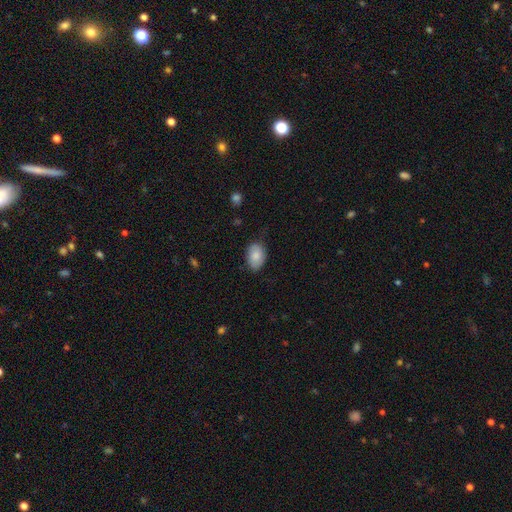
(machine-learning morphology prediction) smooth 83%, featured or disk 11%, star or artifact 7%. Down the decision tree: how rounded — in between (87%); merging — none (74%).